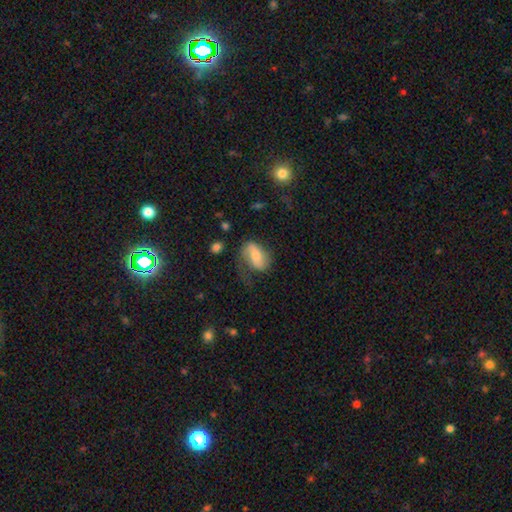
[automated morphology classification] This is possibly a featured or disk galaxy (49%). Merging: marginally none (41%).